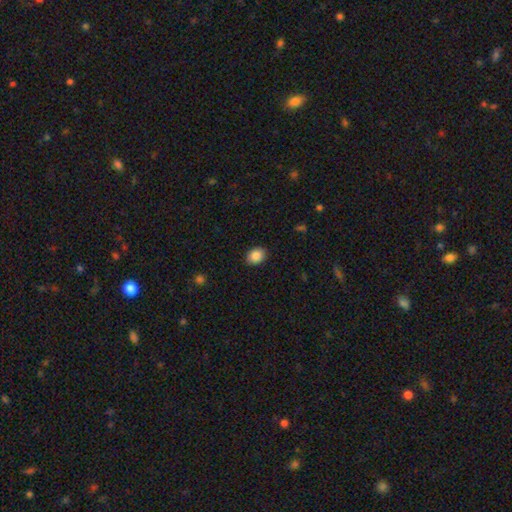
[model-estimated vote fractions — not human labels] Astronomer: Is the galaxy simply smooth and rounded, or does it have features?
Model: smooth — 87%.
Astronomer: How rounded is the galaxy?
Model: in between — 65%.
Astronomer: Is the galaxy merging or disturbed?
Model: none — 88%.